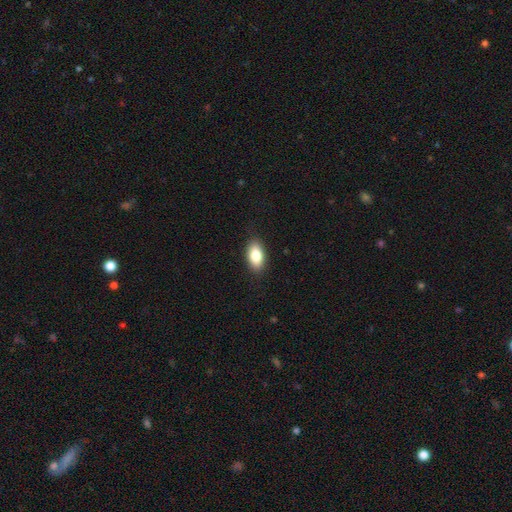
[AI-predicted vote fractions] A smooth galaxy with no disk features (83%) that is in between round and cigar-shaped (91%).

Vote fractions:
- Smooth or featured? smooth: 83% / featured or disk: 10% / star or artifact: 7%
- How rounded? in between: 91% / round: 5% / cigar-shaped: 4%
- Merging? none: 88% / minor disturbance: 9% / major disturbance: 2% / merger: 1%